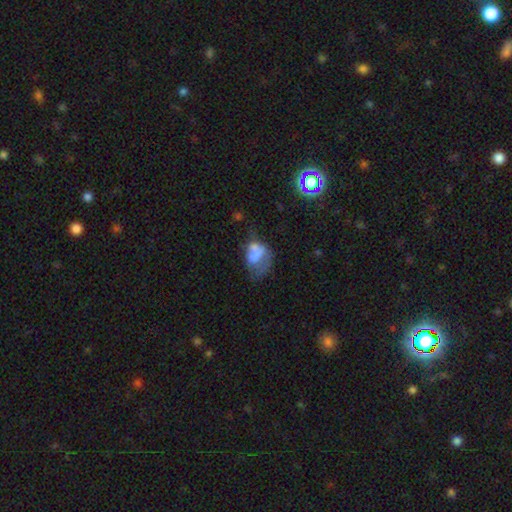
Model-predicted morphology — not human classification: Overall: smooth (55%; featured or disk 33%). How rounded: in between (74%). Merging: major disturbance (39%; minor disturbance 24%).